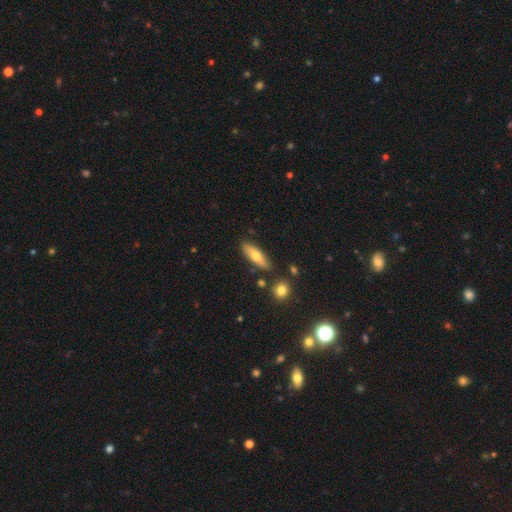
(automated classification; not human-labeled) The model was most divided on "how rounded": cigar-shaped: 53%, in between: 45%, round: 3%. More confident: merging — none (84%); smooth or featured — smooth (65%).